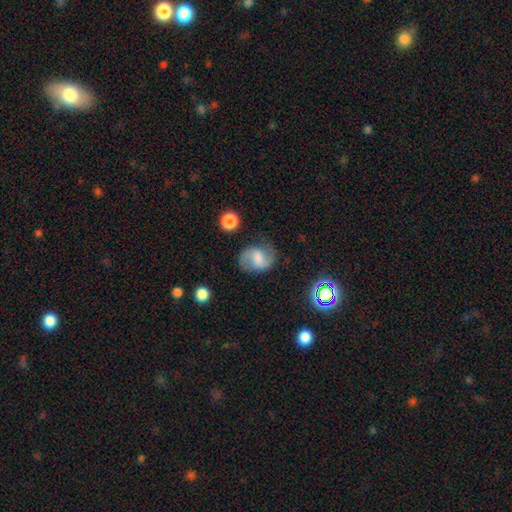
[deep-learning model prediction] This is likely a featured or disk galaxy (64%). It is clearly not viewed edge-on (97%). Bar: possibly weak (52%). Spiral arm pattern: clearly yes (92%). Spiral arm count: clearly 2 (89%). Spiral winding: possibly medium (49%). Central bulge: marginally moderate (36%). Merging: likely none (77%).